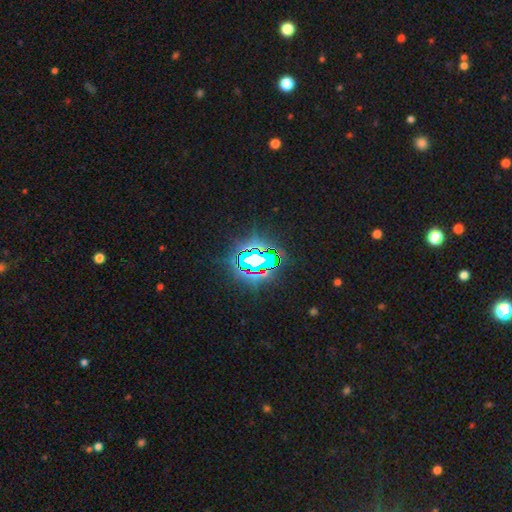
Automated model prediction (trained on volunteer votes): star or artifact 74%, smooth 13%, featured or disk 13%.